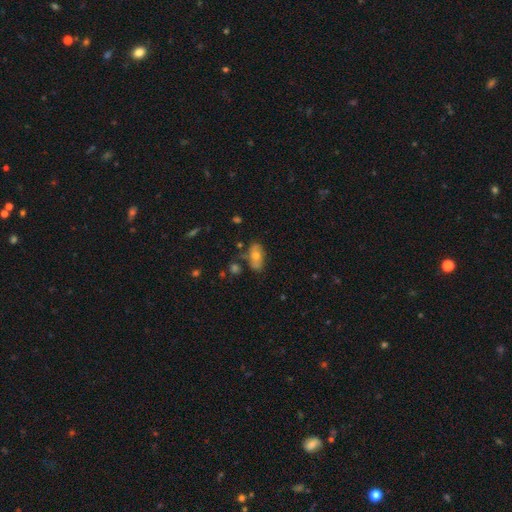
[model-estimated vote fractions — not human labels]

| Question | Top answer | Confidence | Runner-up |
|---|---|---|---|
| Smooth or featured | smooth | 57% | featured or disk (34%) |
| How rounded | in between | 88% | round (7%) |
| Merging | none | 62% | minor disturbance (22%) |